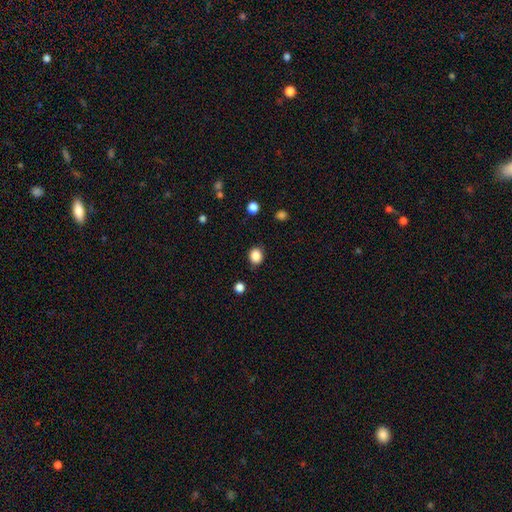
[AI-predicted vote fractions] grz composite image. It shows a smooth galaxy with no disk features (86%) that is round (66%). Merging: none (84%).